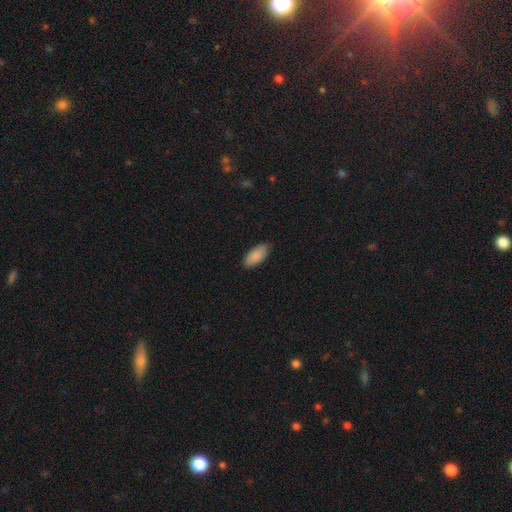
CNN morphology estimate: smooth_or_featured: smooth (p=0.88) [alt: featured or disk p=0.06]
how_rounded: in between (p=0.90) [alt: cigar-shaped p=0.09]
merging: none (p=0.85) [alt: minor disturbance p=0.12]